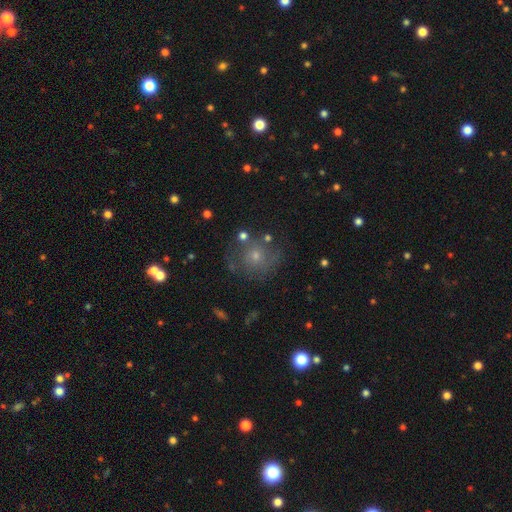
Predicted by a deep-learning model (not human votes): Smooth or featured? smooth (42%)
Merging? none (69%)